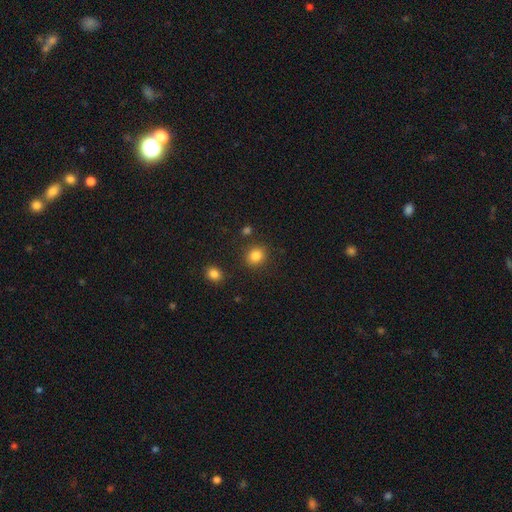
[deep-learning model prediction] Smooth or featured?
  - smooth: 84% *
  - star or artifact: 11%
  - featured or disk: 5%
How rounded?
  - round: 79% *
  - in between: 20%
  - cigar-shaped: 1%
Merging?
  - none: 86% *
  - minor disturbance: 8%
  - merger: 3%
  - major disturbance: 3%